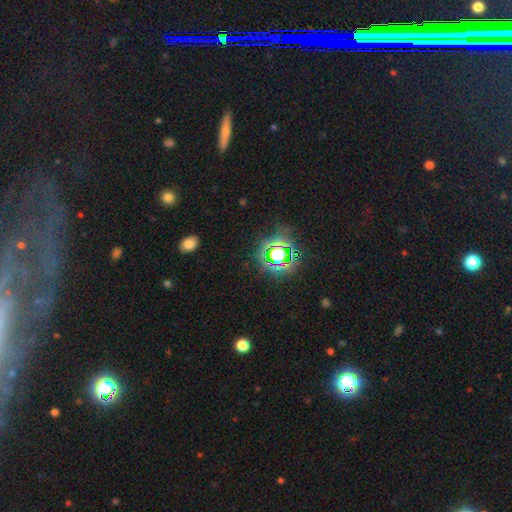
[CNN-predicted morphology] Smooth or featured? star or artifact (76%)